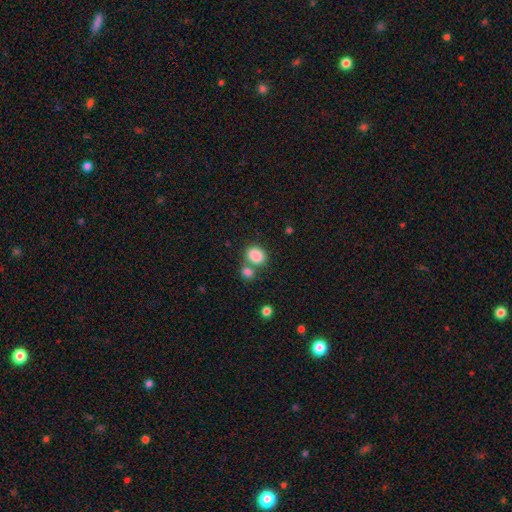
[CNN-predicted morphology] Q: Smooth or featured?
A: smooth (86%); runner-up: star or artifact (9%)
Q: How rounded?
A: in between (54%); runner-up: round (45%)
Q: Merging?
A: none (53%); runner-up: merger (32%)